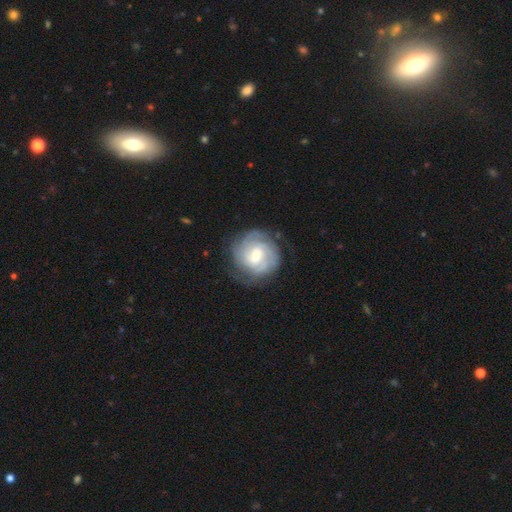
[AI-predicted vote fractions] smooth-or-featured: featured or disk: 82% | smooth: 13% | star or artifact: 5%
  disk-edge-on: no: 98% | yes: 2%
    bar: weak: 56% | no: 32% | strong: 12%
    has-spiral-arms: yes: 95% | no: 5%
      spiral-winding: tight: 71% | medium: 24% | loose: 5%
      spiral-arm-count: can't tell: 36% | 2: 25% | 3: 18% | 4: 11% | more than 4: 5% | 1: 5%
    bulge-size: moderate: 55% | small: 37% | large: 5% | none: 2% | dominant: 1%
  merging: none: 76% | minor disturbance: 16% | major disturbance: 6% | merger: 1%